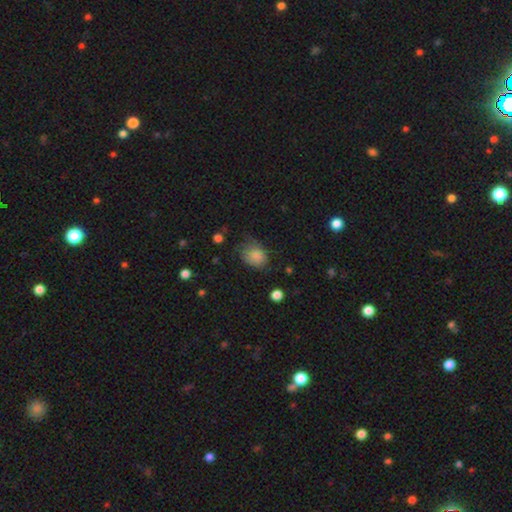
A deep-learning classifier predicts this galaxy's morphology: This appears to be a smooth galaxy with no disk features (79%) that is in between round and cigar-shaped (60%). Merging: none (48%).